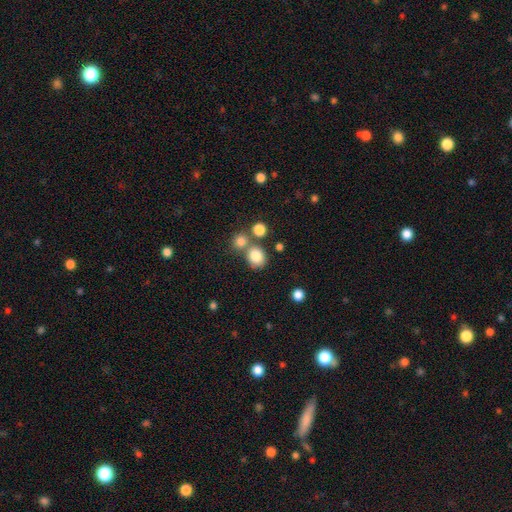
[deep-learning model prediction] This appears to be a smooth galaxy with no disk features (81%) that is round (70%). Merging: none (59%).